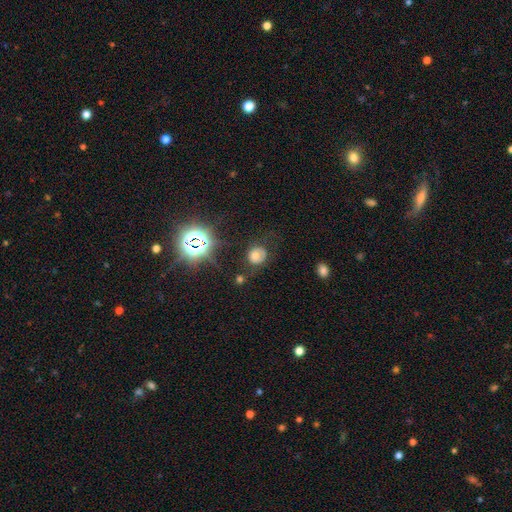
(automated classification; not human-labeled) A smooth galaxy with no disk features (59%) that is round (79%). Merging: none (62%).